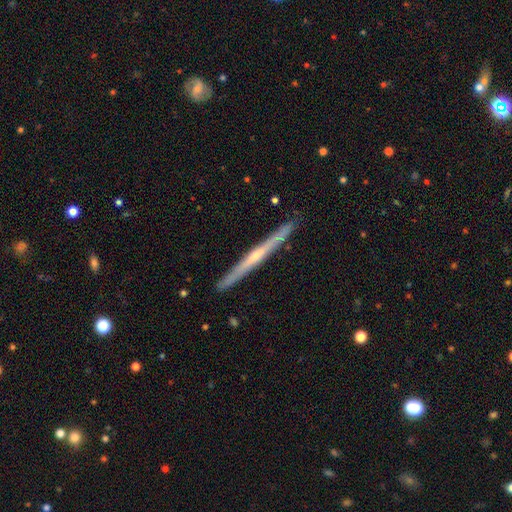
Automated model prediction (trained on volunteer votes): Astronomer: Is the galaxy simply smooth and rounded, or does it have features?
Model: featured or disk — 69%.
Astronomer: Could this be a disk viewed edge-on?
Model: yes — 98%.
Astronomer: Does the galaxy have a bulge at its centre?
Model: none — 48% (runner-up: rounded, 46%).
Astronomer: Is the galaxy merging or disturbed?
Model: none — 91%.